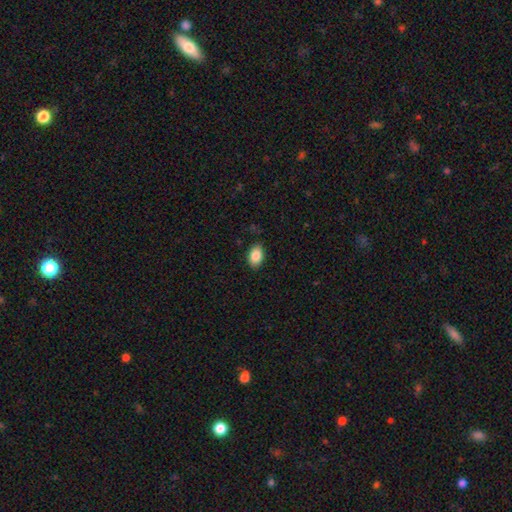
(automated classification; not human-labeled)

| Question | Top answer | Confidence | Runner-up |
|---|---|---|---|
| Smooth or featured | smooth | 86% | star or artifact (8%) |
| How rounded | in between | 90% | round (9%) |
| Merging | none | 86% | minor disturbance (11%) |